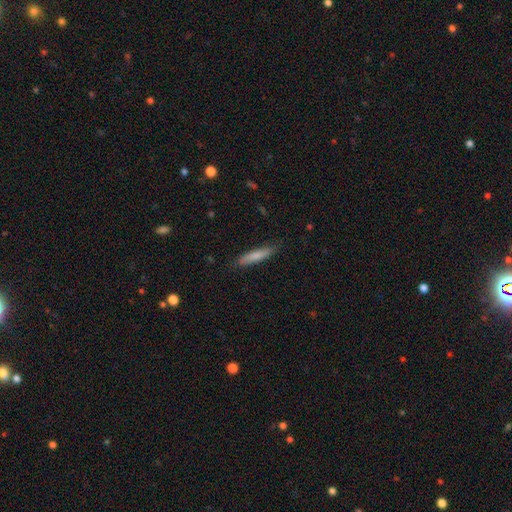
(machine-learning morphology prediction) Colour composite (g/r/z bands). It shows a smooth galaxy with no disk features (76%) that is cigar-shaped (87%). Merging: none (84%).